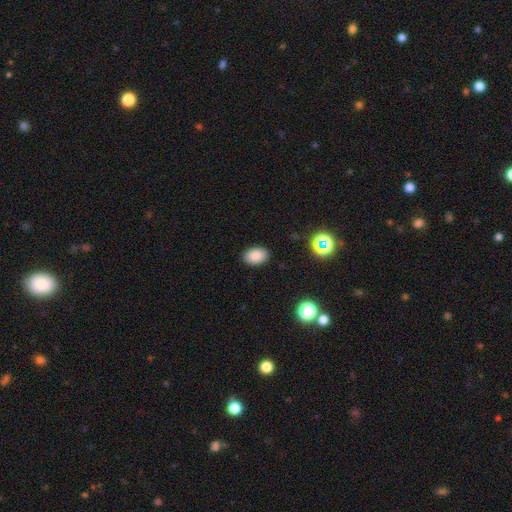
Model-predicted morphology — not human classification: Smooth or featured?
  - smooth: 85% *
  - star or artifact: 10%
  - featured or disk: 5%
How rounded?
  - in between: 83% *
  - round: 16%
  - cigar-shaped: 1%
Merging?
  - none: 89% *
  - minor disturbance: 8%
  - major disturbance: 2%
  - merger: 1%